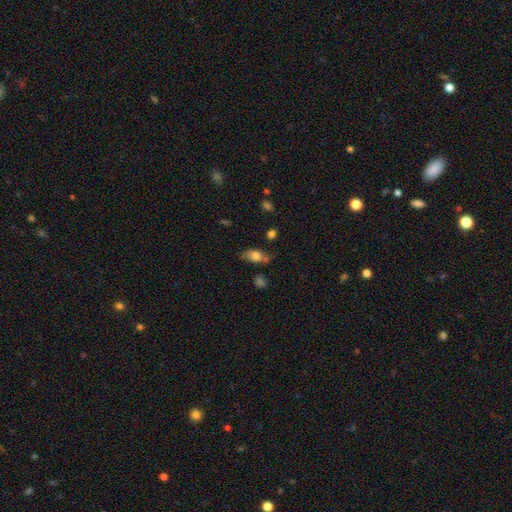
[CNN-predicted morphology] smooth 76%, featured or disk 15%, star or artifact 9%. Down the decision tree: how rounded — in between (84%); merging — none (58%).